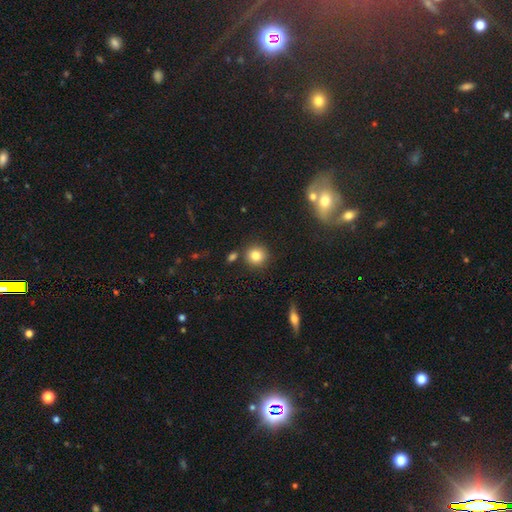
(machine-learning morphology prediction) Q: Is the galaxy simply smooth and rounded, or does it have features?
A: smooth — 83%.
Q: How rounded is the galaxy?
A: round — 91%.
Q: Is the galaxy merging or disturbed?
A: none — 83%.